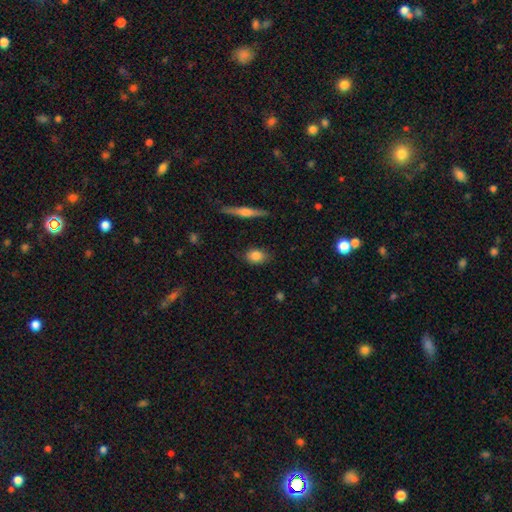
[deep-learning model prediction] Overall: smooth (83%). How rounded: in between (71%). Merging: none (82%).